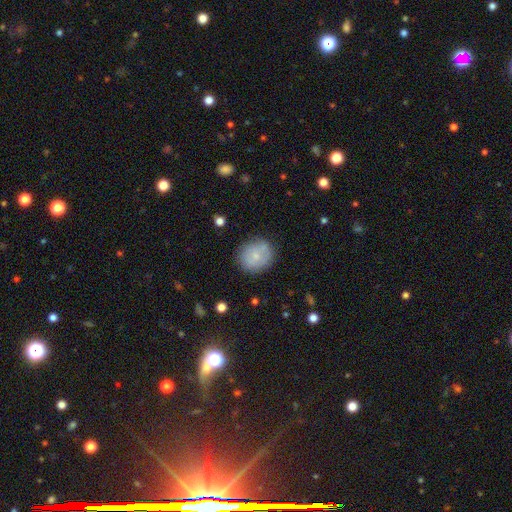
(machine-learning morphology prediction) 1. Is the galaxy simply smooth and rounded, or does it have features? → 69% smooth, 23% featured or disk, 8% star or artifact.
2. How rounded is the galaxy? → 74% round, 25% in between, 1% cigar-shaped.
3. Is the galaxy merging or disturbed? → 74% none, 17% minor disturbance, 5% major disturbance, 4% merger.